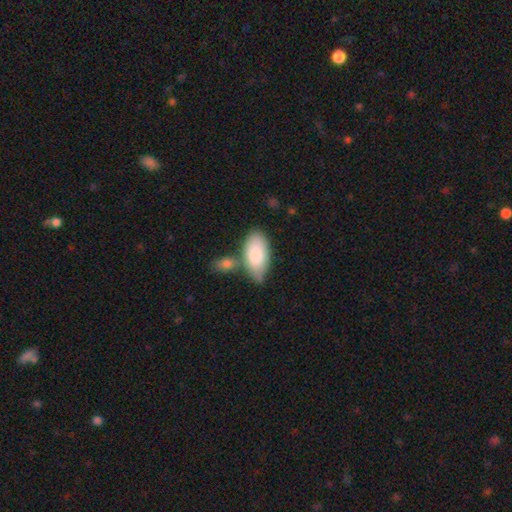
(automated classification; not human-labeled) The model was most divided on "merging": none: 51%, merger: 24%, minor disturbance: 19%, major disturbance: 6%. More confident: how rounded — in between (93%); smooth or featured — smooth (82%).